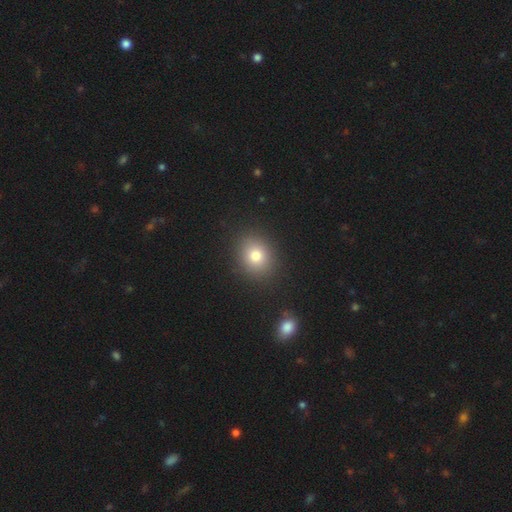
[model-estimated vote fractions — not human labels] smooth 78%, star or artifact 13%, featured or disk 9%. Down the decision tree: how rounded — round (65%); merging — none (89%).